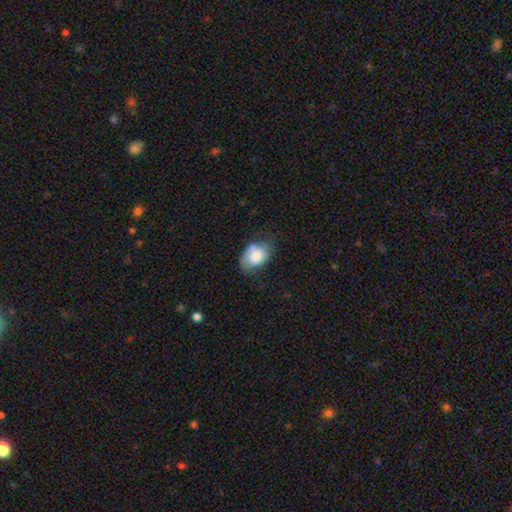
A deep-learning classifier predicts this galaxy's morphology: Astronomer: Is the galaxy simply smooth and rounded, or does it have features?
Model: smooth — 67%.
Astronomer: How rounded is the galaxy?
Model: in between — 79%.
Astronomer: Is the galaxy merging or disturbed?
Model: none — 46% (runner-up: minor disturbance, 34%).